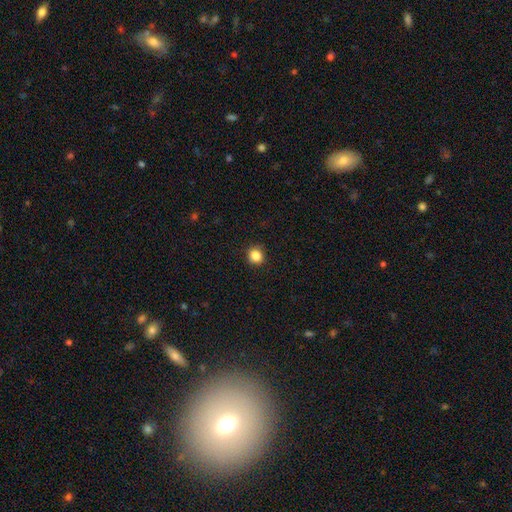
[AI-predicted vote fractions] This appears to be a smooth galaxy with no disk features (85%) that is round (86%). Merging: none (90%).